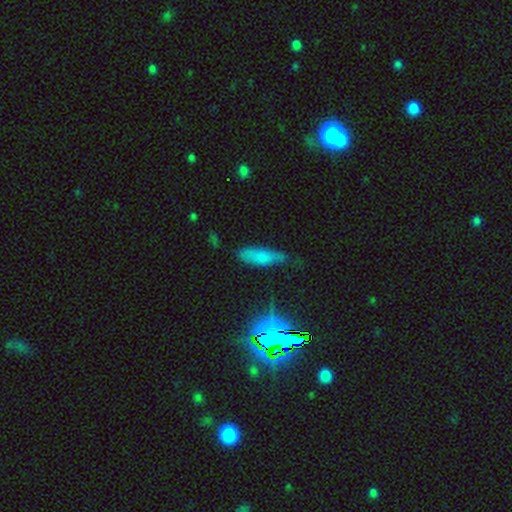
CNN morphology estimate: Q: Smooth or featured?
A: smooth (54%); runner-up: star or artifact (24%)
Q: How rounded?
A: cigar-shaped (48%); tied with: in between (48%)
Q: Merging?
A: none (66%); runner-up: minor disturbance (25%)